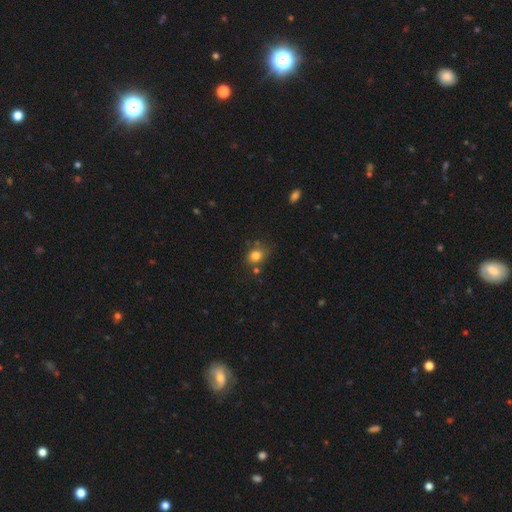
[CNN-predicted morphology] smooth-or-featured: smooth: 80% | star or artifact: 12% | featured or disk: 8%
  how-rounded: round: 66% | in between: 33% | cigar-shaped: 1%
  merging: none: 68% | minor disturbance: 18% | merger: 9% | major disturbance: 5%